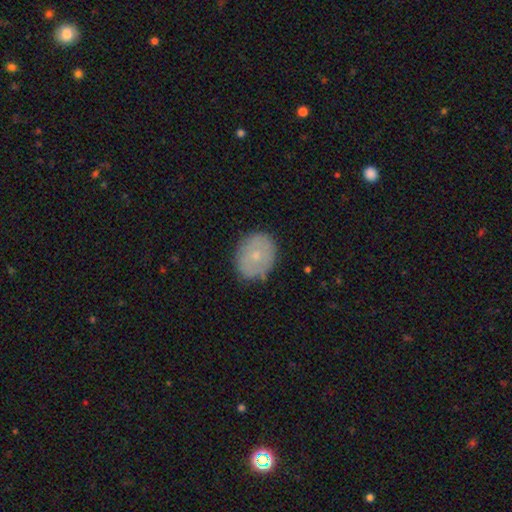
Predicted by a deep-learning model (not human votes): This is likely a smooth galaxy (65%). How rounded: possibly in between (51%). Merging: clearly none (81%).